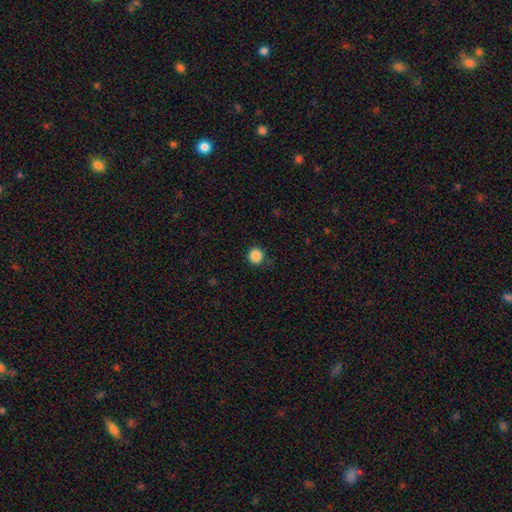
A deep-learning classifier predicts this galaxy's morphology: smooth 86%, star or artifact 11%, featured or disk 3%. Down the decision tree: how rounded — round (95%); merging — none (86%).